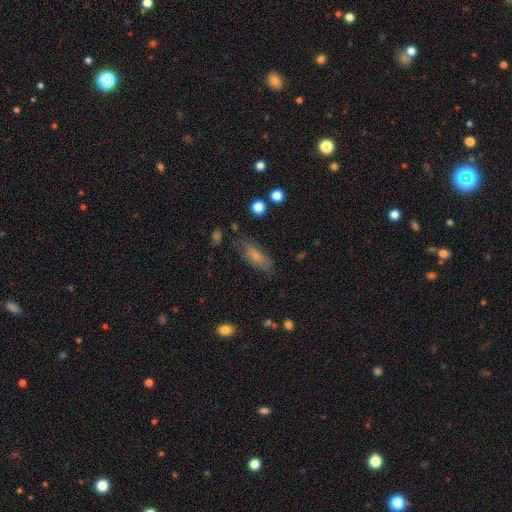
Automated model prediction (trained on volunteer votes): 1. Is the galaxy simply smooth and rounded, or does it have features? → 66% smooth, 25% featured or disk, 8% star or artifact.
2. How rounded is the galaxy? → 65% in between, 31% cigar-shaped, 3% round.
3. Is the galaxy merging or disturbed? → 73% none, 19% minor disturbance, 5% major disturbance, 2% merger.